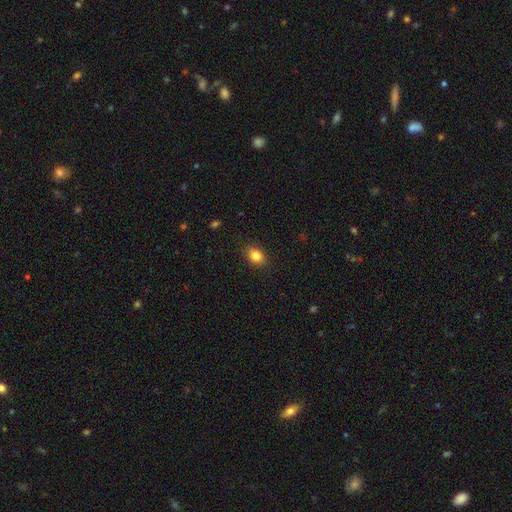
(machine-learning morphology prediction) smooth-or-featured: smooth: 84% | star or artifact: 10% | featured or disk: 6%
  how-rounded: in between: 71% | round: 28% | cigar-shaped: 1%
  merging: none: 88% | minor disturbance: 9% | major disturbance: 2% | merger: 1%